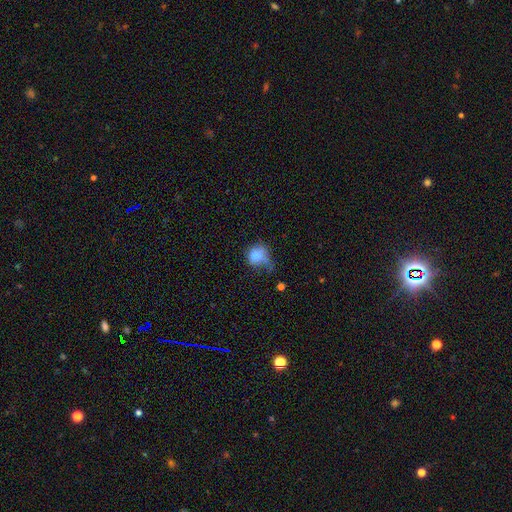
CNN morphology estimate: A smooth galaxy with no disk features (75%) that is round (70%).

Vote fractions:
- Smooth or featured? smooth: 75% / featured or disk: 15% / star or artifact: 10%
- How rounded? round: 70% / in between: 29% / cigar-shaped: 1%
- Merging? minor disturbance: 32% / major disturbance: 31% / none: 30% / merger: 7%